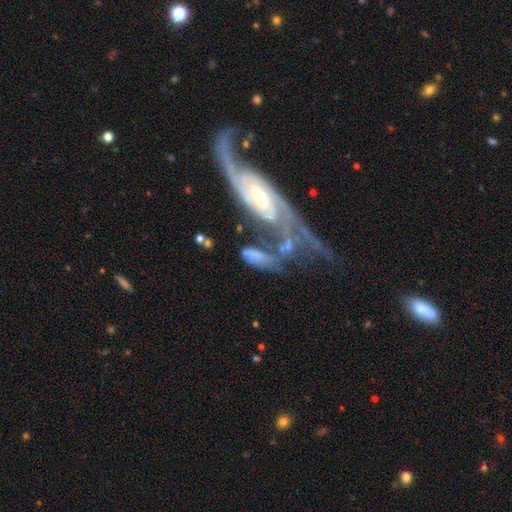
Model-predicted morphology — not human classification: Q: Smooth or featured?
A: featured or disk (50%); runner-up: smooth (41%)
Q: Edge-on disk?
A: no (87%); runner-up: yes (13%)
Q: Merging?
A: merger (40%); runner-up: none (25%)